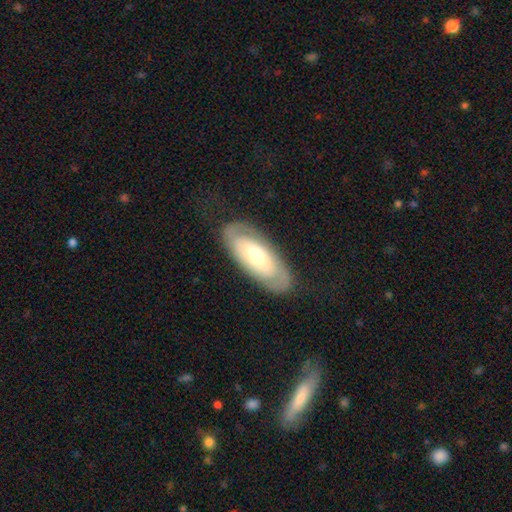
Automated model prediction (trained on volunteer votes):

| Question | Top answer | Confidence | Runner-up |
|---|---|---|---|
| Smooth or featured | featured or disk | 57% | smooth (37%) |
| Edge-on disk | no | 86% | yes (14%) |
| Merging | none | 79% | minor disturbance (14%) |